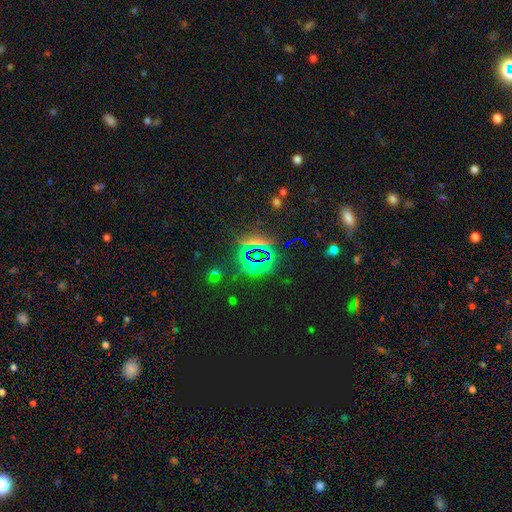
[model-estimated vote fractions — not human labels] Smooth or featured? Predicted: star or artifact (p=0.78).